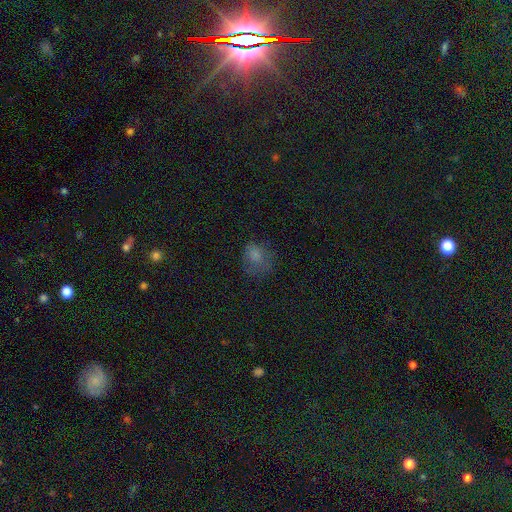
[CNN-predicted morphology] The model was most divided on "how rounded": round: 58%, in between: 41%, cigar-shaped: 1%. More confident: smooth or featured — smooth (68%); merging — none (54%).